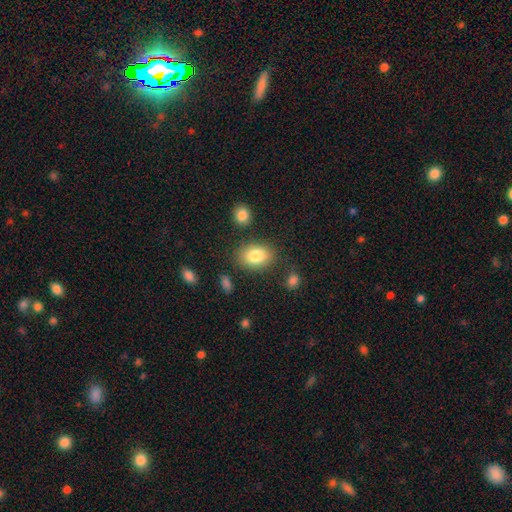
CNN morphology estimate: This appears to be a smooth galaxy with no disk features (83%) that is in between round and cigar-shaped (74%). Merging: none (80%).